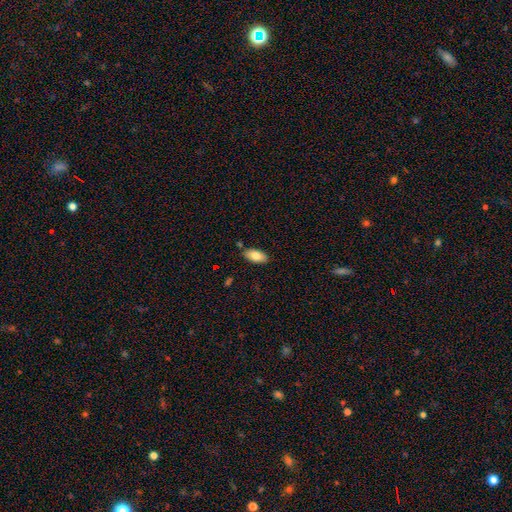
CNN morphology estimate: This is clearly a smooth galaxy (81%). How rounded: clearly in between (93%). Merging: clearly none (83%).